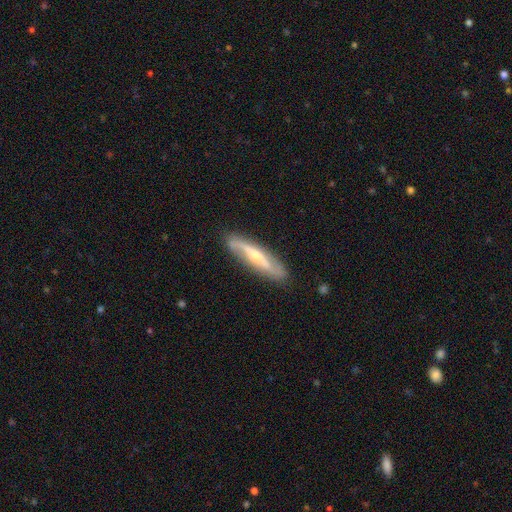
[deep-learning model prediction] A featured or disk galaxy (70%) with not edge-on (50%, tied with yes).

Vote fractions:
- Smooth or featured? featured or disk: 70% / smooth: 25% / star or artifact: 5%
- Edge-on disk? no: 50% (tied) / yes: 50% (tied)
- Merging? none: 84% / minor disturbance: 12% / major disturbance: 3% / merger: 1%